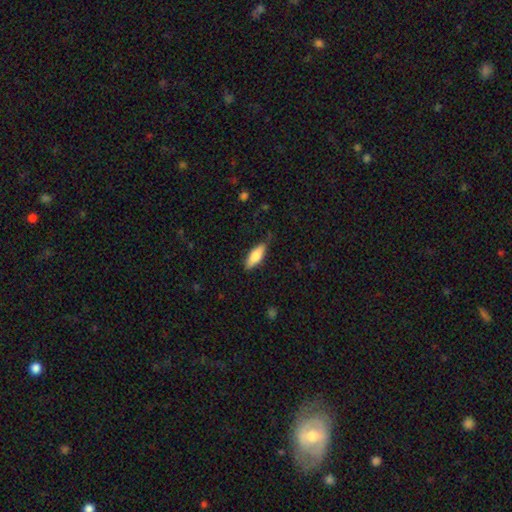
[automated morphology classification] Smooth or featured? Predicted: smooth (p=0.76). How rounded? Predicted: in between (p=0.63). Merging? Predicted: none (p=0.77).